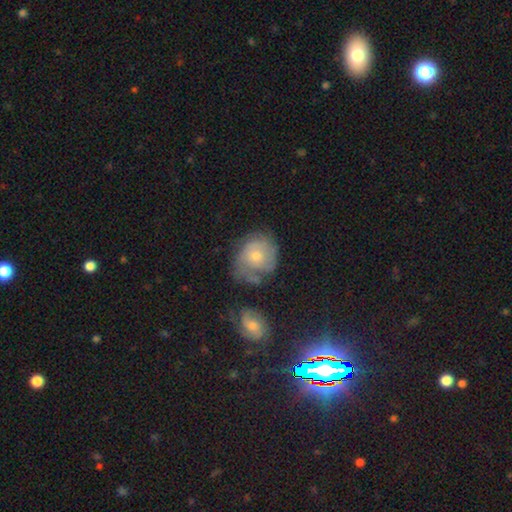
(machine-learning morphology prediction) Smooth or featured? Predicted: featured or disk (p=0.49). Merging? Predicted: none (p=0.48).